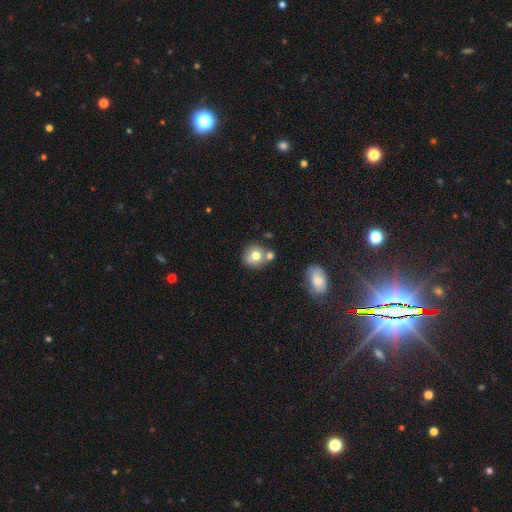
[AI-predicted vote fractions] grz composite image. It shows a smooth galaxy with no disk features (75%) that is round (84%). Merging: none (60%).